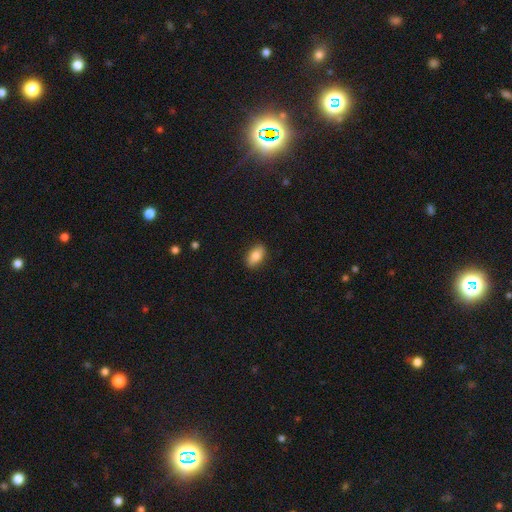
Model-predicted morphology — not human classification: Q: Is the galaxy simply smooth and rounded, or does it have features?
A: smooth — 83%.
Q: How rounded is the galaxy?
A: in between — 88%.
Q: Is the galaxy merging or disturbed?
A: none — 88%.